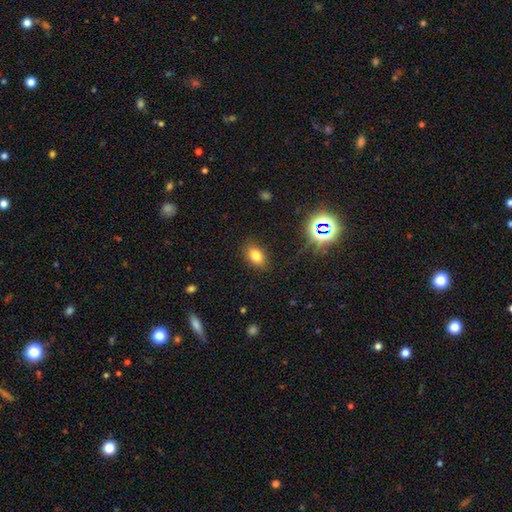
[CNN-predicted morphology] The model was most divided on "smooth or featured": smooth: 78%, star or artifact: 14%, featured or disk: 8%. More confident: merging — none (86%); how rounded — in between (82%).